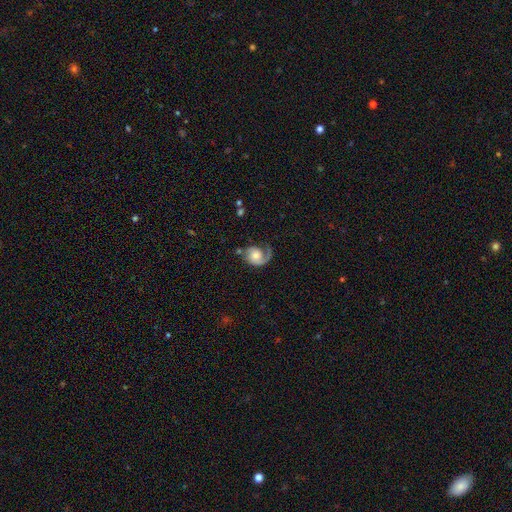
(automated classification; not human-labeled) Smooth or featured? Predicted: featured or disk (p=0.72). Edge-on disk? Predicted: no (p=0.98). Bar? Predicted: no (p=0.76). Spiral arms? Predicted: yes (p=0.93). Spiral winding? Predicted: medium (p=0.37). Spiral arm count? Predicted: 1 (p=0.75). Bulge size? Predicted: moderate (p=0.50). Merging? Predicted: none (p=0.49).